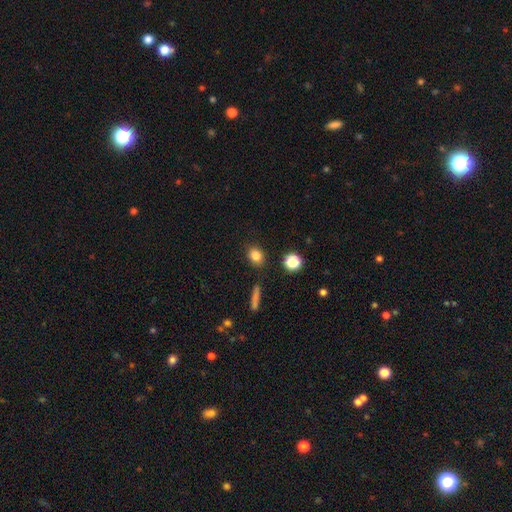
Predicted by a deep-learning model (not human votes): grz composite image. It shows a smooth galaxy with no disk features (83%) that is round (53%). Merging: none (84%).